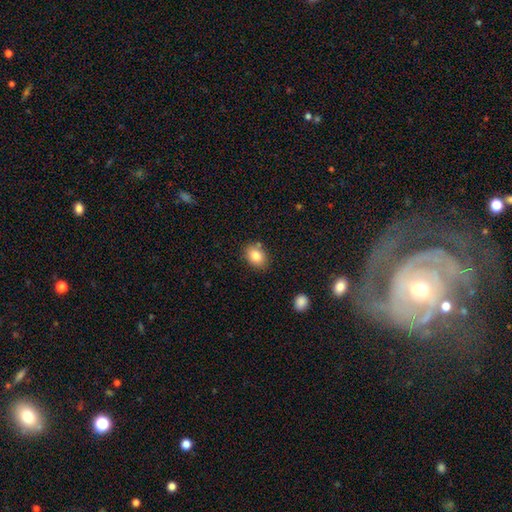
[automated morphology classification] A smooth galaxy with no disk features (84%) that is in between round and cigar-shaped (67%). Merging: none (80%).